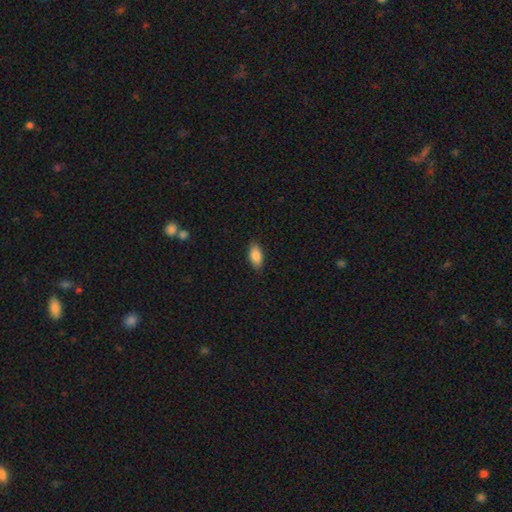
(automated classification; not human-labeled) Smooth or featured: smooth — 87% (star or artifact — 7%)
How rounded: in between — 92% (cigar-shaped — 5%)
Merging: none — 86% (minor disturbance — 10%)